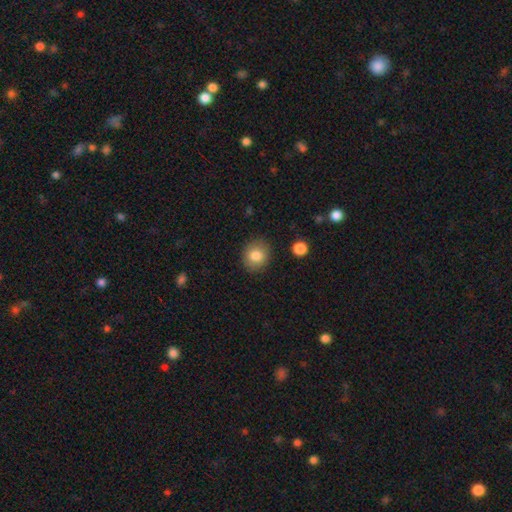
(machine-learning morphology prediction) A smooth galaxy with no disk features (83%) that is round (75%).

Vote fractions:
- Smooth or featured? smooth: 83% / star or artifact: 9% / featured or disk: 9%
- How rounded? round: 75% / in between: 25% / cigar-shaped: 1%
- Merging? none: 87% / minor disturbance: 9% / major disturbance: 3% / merger: 2%